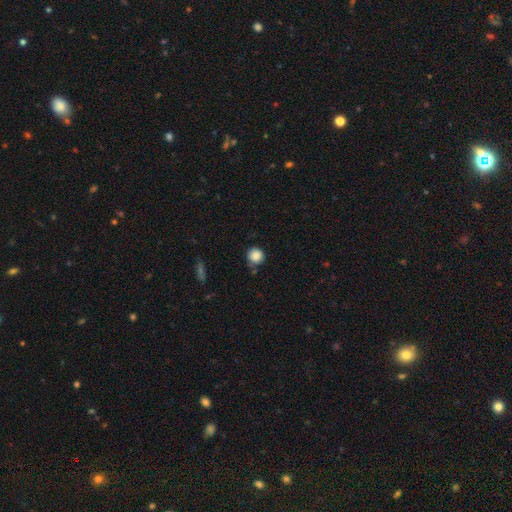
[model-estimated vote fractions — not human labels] Smooth or featured: smooth — 86% (star or artifact — 9%)
How rounded: round — 93% (in between — 6%)
Merging: none — 77% (minor disturbance — 15%)